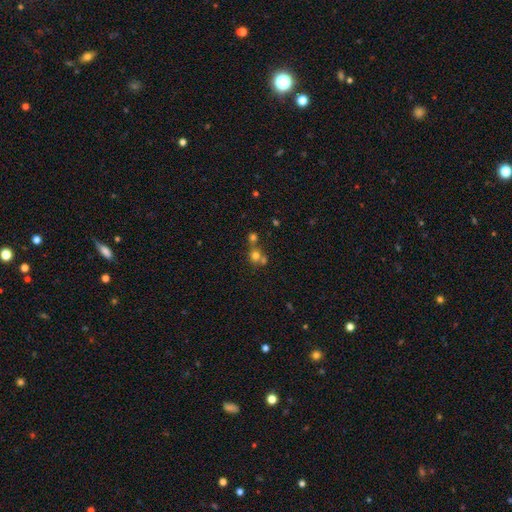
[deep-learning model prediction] This is likely a smooth galaxy (68%). How rounded: clearly round (85%). Merging: possibly none (48%).